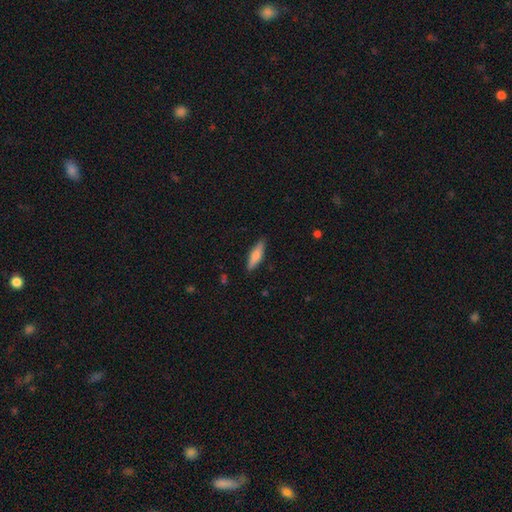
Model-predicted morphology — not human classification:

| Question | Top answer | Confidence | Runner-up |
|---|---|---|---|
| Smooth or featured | smooth | 67% | featured or disk (27%) |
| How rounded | cigar-shaped | 67% | in between (31%) |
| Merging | none | 87% | minor disturbance (10%) |